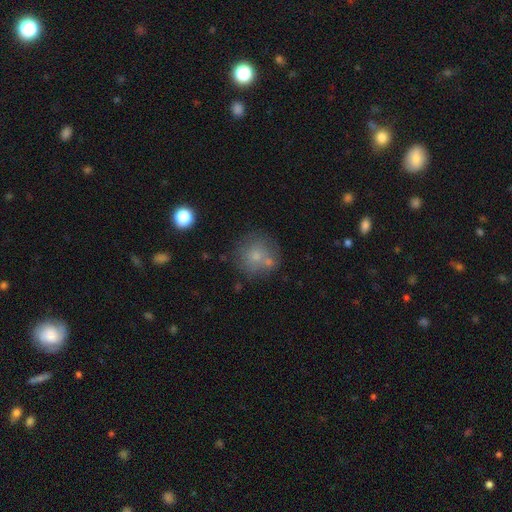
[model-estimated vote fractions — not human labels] This is likely a smooth galaxy (70%). How rounded: clearly round (91%). Merging: likely none (62%).